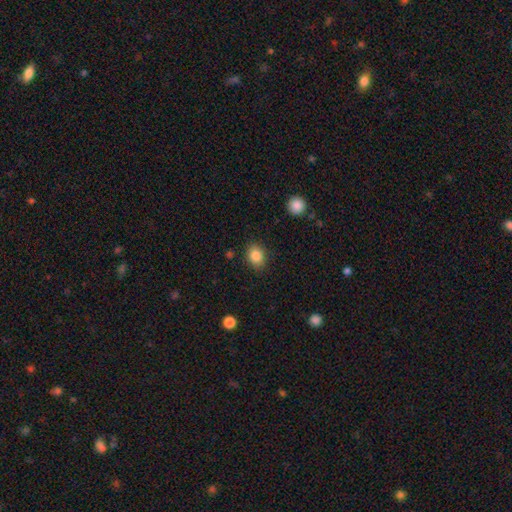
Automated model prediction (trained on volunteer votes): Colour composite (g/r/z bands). It shows a smooth galaxy with no disk features (85%) that is in between round and cigar-shaped (54%). Merging: none (86%).